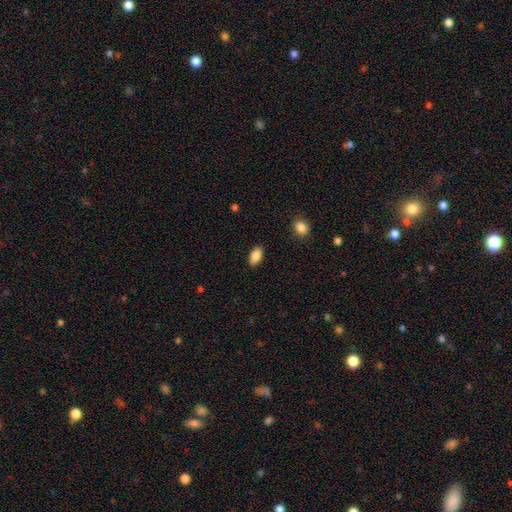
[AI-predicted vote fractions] This appears to be a smooth galaxy with no disk features (87%) that is in between round and cigar-shaped (92%). Merging: none (88%).